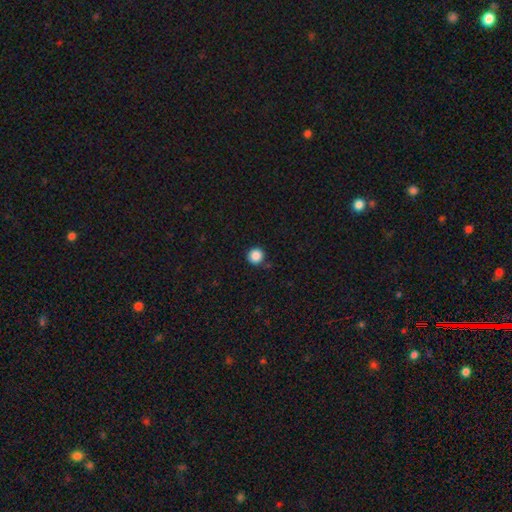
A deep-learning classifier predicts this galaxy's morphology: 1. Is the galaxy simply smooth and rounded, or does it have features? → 87% smooth, 11% star or artifact, 2% featured or disk.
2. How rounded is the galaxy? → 95% round, 4% in between, 1% cigar-shaped.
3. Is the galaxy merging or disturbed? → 90% none, 6% minor disturbance, 2% merger, 2% major disturbance.